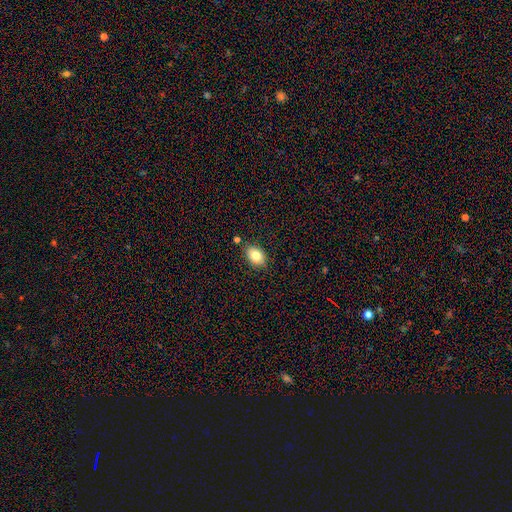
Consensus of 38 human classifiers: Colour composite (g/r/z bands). It shows a smooth galaxy with no disk features (84%) that is in between round and cigar-shaped (72%). Merging: none (78%).